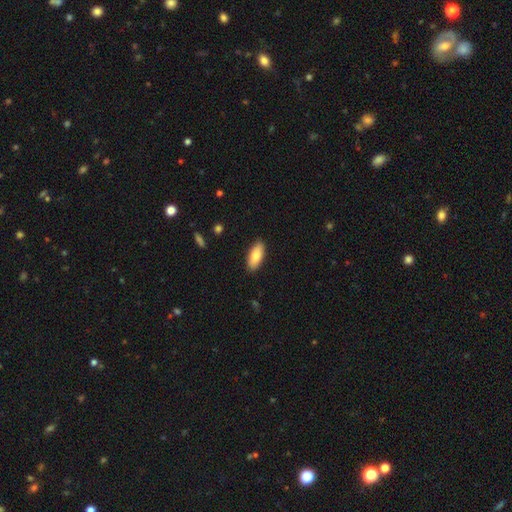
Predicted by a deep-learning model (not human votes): This appears to be a smooth galaxy with no disk features (84%) that is in between round and cigar-shaped (80%). Merging: none (89%).